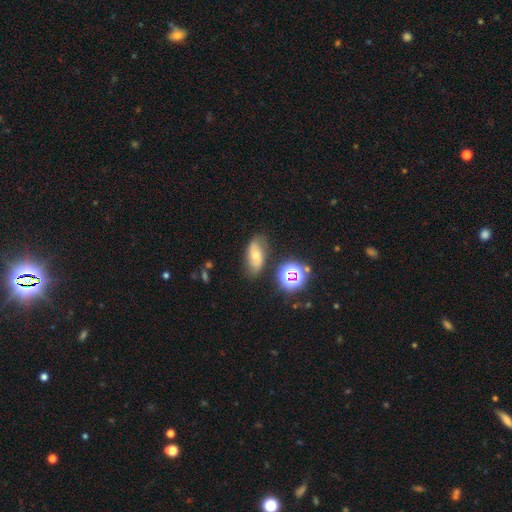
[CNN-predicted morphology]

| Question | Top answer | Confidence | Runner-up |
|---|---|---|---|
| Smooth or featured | featured or disk | 40% | smooth (38%) |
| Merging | none | 74% | minor disturbance (17%) |